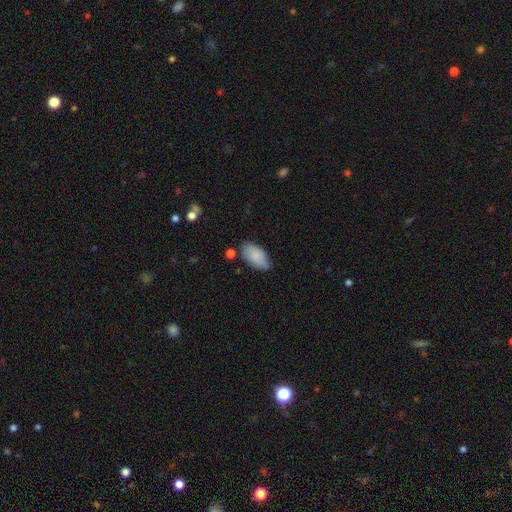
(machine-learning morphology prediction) Overall: smooth (85%). How rounded: in between (94%). Merging: none (70%).